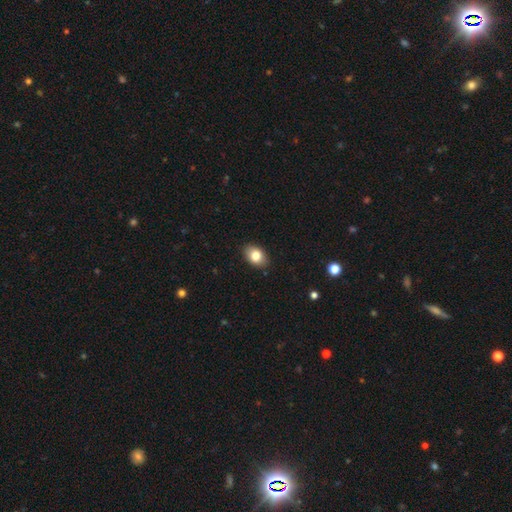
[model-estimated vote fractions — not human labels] Smooth or featured?
  - smooth: 82% *
  - featured or disk: 9%
  - star or artifact: 8%
How rounded?
  - in between: 81% *
  - round: 18%
  - cigar-shaped: 1%
Merging?
  - none: 88% *
  - minor disturbance: 9%
  - major disturbance: 2%
  - merger: 1%